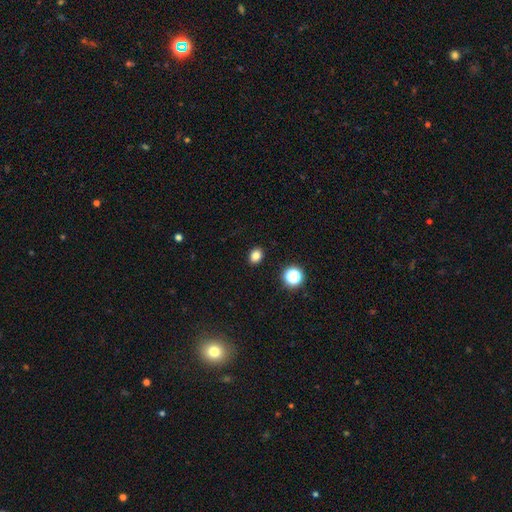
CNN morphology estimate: Smooth or featured? smooth (82%)
How rounded? in between (54%)
Merging? none (90%)